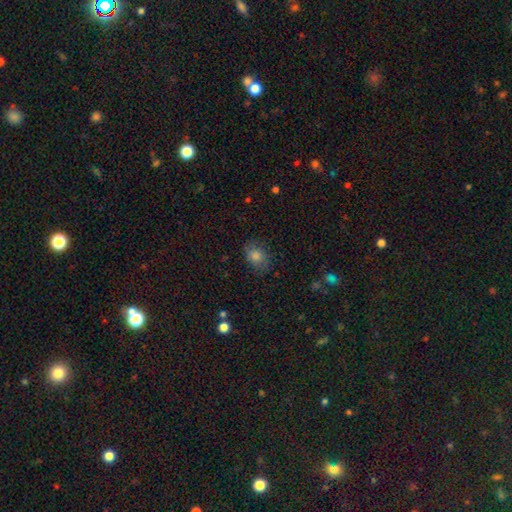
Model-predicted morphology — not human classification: Smooth or featured?
  - smooth: 72% *
  - star or artifact: 14%
  - featured or disk: 14%
How rounded?
  - in between: 57% *
  - round: 42%
  - cigar-shaped: 1%
Merging?
  - none: 77% *
  - minor disturbance: 17%
  - major disturbance: 5%
  - merger: 1%